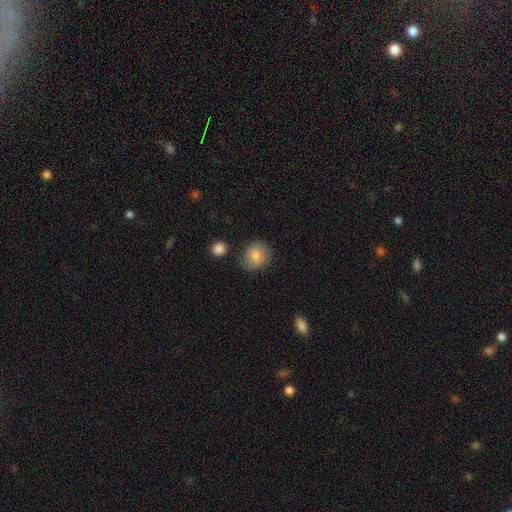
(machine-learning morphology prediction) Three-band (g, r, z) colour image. It shows a smooth galaxy with no disk features (83%) that is round (71%). Merging: none (81%).